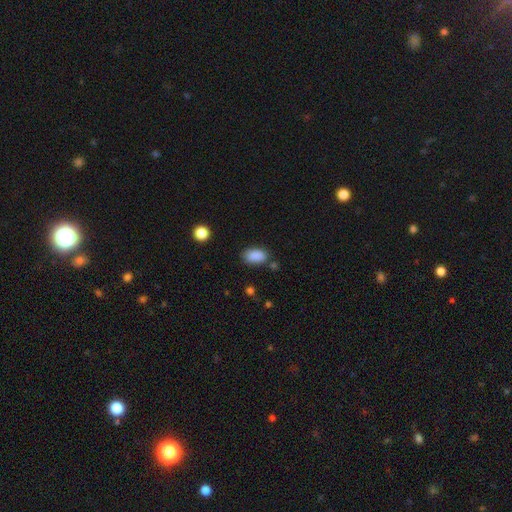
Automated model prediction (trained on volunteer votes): Overall: smooth (88%). How rounded: in between (91%). Merging: none (76%).